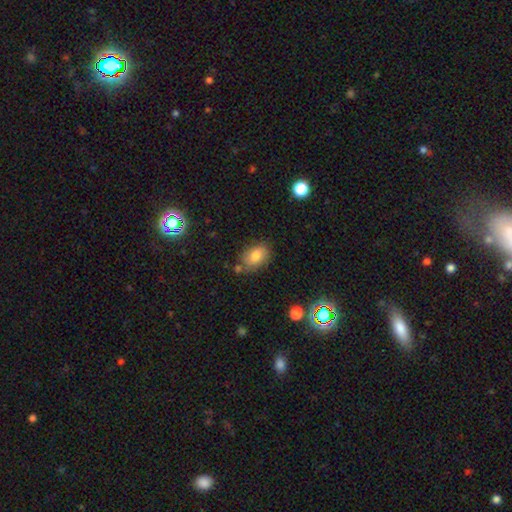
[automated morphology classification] A smooth galaxy with no disk features (80%) that is in between round and cigar-shaped (84%).

Vote fractions:
- Smooth or featured? smooth: 80% / featured or disk: 11% / star or artifact: 10%
- How rounded? in between: 84% / round: 14% / cigar-shaped: 2%
- Merging? none: 71% / minor disturbance: 18% / merger: 6% / major disturbance: 4%